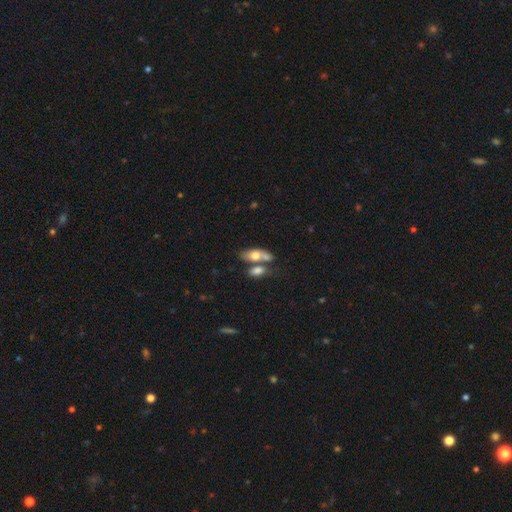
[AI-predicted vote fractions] Smooth or featured? smooth (67%)
How rounded? in between (82%)
Merging? merger (48%)